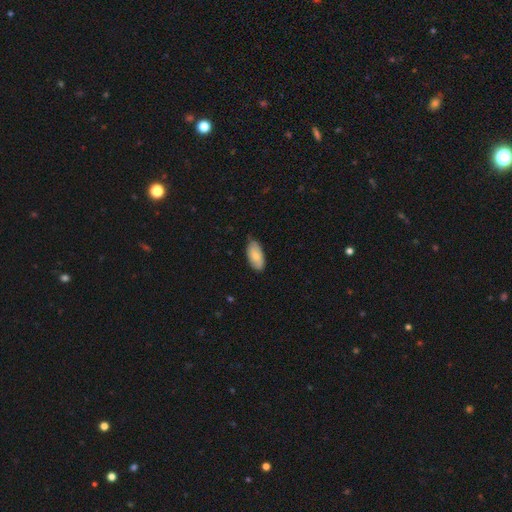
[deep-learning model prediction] Smooth or featured? Predicted: smooth (p=0.80). How rounded? Predicted: in between (p=0.93). Merging? Predicted: none (p=0.78).